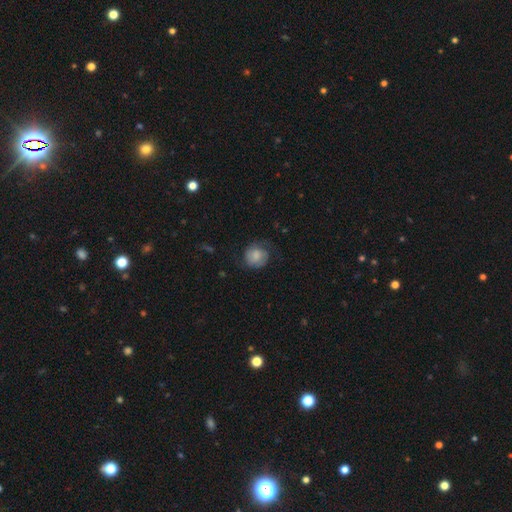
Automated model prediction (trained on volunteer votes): smooth_or_featured: smooth (p=0.66) [alt: featured or disk p=0.26]
how_rounded: round (p=0.76) [alt: in between p=0.24]
merging: none (p=0.56) [alt: minor disturbance p=0.26]